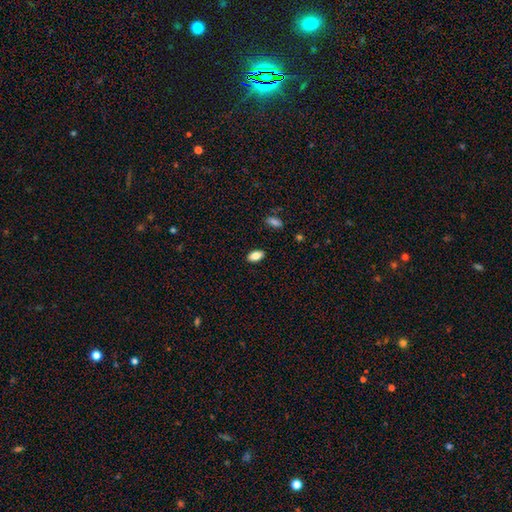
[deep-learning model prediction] smooth_or_featured: smooth (p=0.84) [alt: featured or disk p=0.08]
how_rounded: in between (p=0.91) [alt: round p=0.04]
merging: none (p=0.89) [alt: minor disturbance p=0.08]